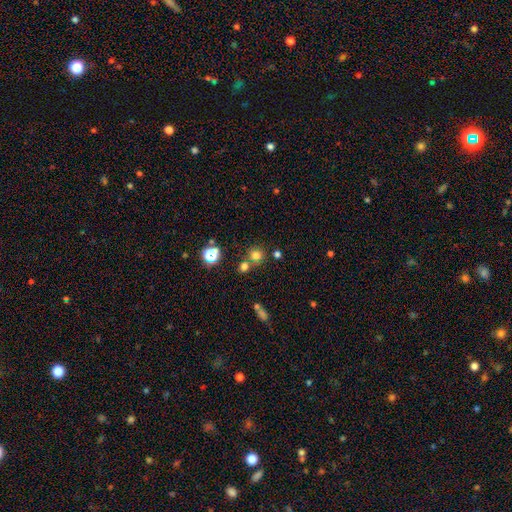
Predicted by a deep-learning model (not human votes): Smooth or featured? smooth (70%)
How rounded? round (88%)
Merging? none (63%)